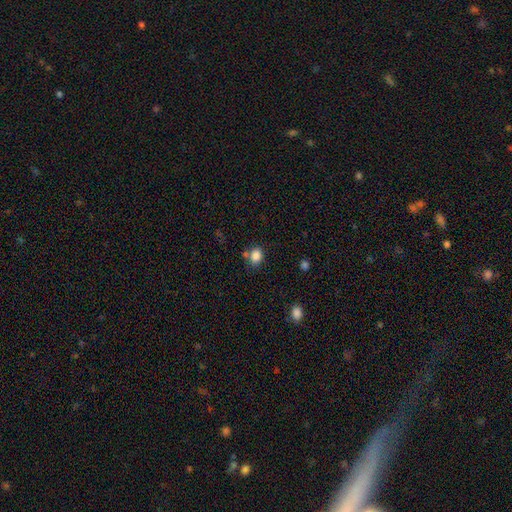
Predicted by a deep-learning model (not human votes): Morphology: type=smooth (85%); roundness=in between (59%); merging=none (64%).